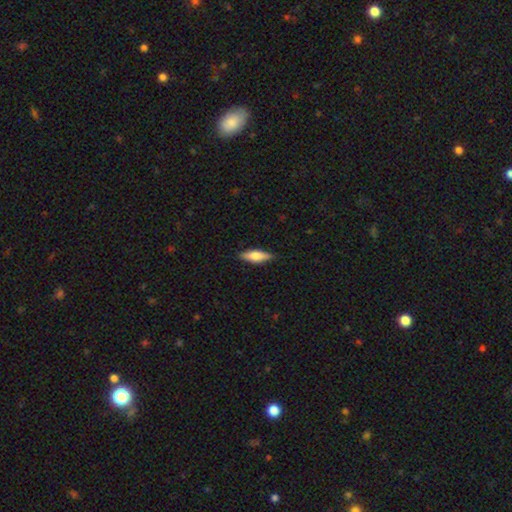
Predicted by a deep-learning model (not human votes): Overall: smooth (65%; featured or disk 29%). How rounded: in between (52%; cigar-shaped 46%). Merging: none (86%).